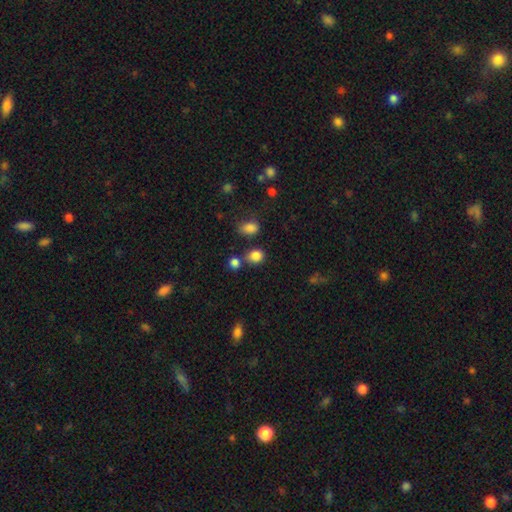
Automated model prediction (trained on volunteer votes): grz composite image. It shows a smooth galaxy with no disk features (83%) that is round (64%). Merging: none (67%).